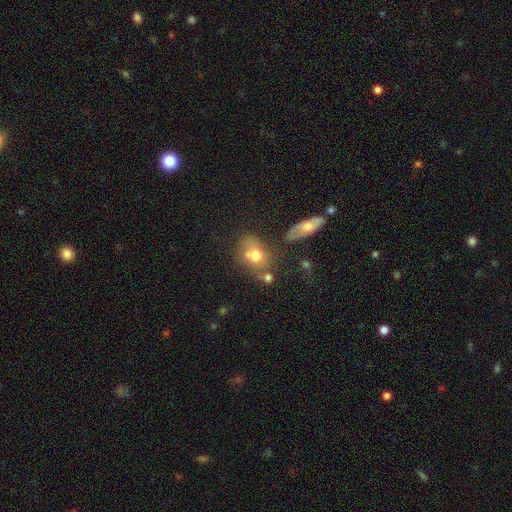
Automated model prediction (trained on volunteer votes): Smooth or featured? Predicted: smooth (p=0.67). How rounded? Predicted: in between (p=0.63). Merging? Predicted: none (p=0.44).